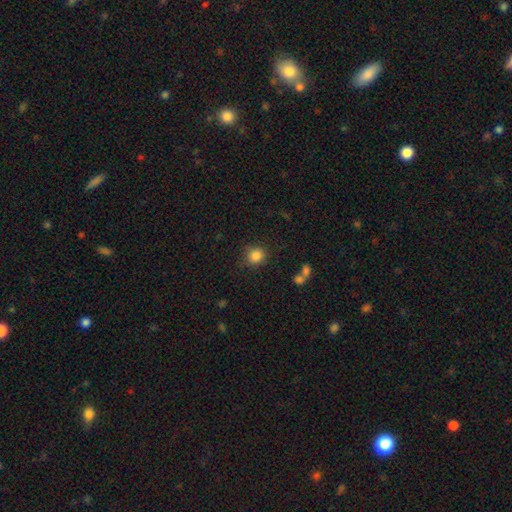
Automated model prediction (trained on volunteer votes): Q: Smooth or featured?
A: smooth (85%); runner-up: star or artifact (11%)
Q: How rounded?
A: round (80%); runner-up: in between (19%)
Q: Merging?
A: none (79%); runner-up: minor disturbance (14%)